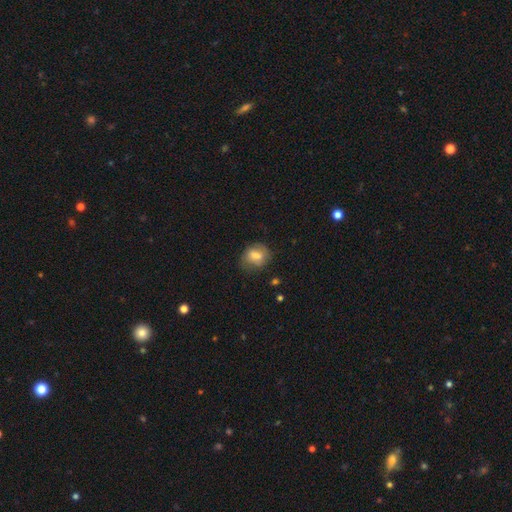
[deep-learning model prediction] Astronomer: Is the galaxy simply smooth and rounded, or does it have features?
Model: smooth — 74%.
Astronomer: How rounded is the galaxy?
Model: in between — 49%, tied with round at 49%.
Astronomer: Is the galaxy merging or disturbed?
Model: none — 64%.